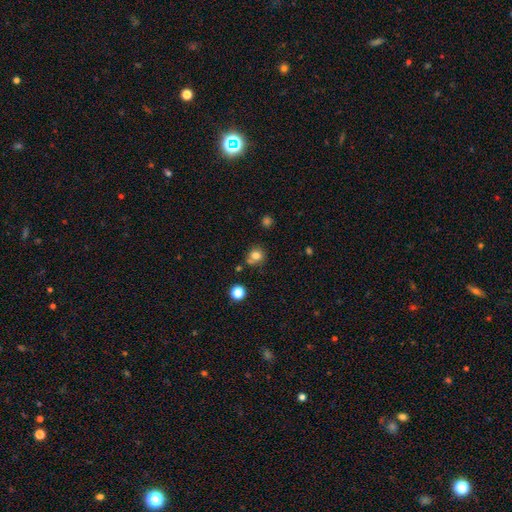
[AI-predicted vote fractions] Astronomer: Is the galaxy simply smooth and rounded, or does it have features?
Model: smooth — 78%.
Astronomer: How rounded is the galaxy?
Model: round — 86%.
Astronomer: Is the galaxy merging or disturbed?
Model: none — 65%.